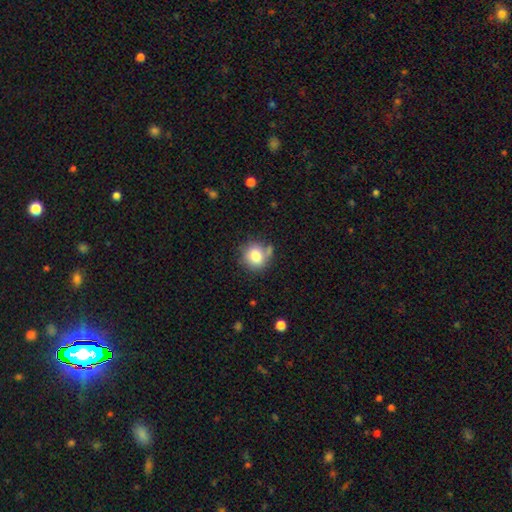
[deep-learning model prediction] A smooth galaxy with no disk features (82%) that is round (78%). Merging: none (66%).